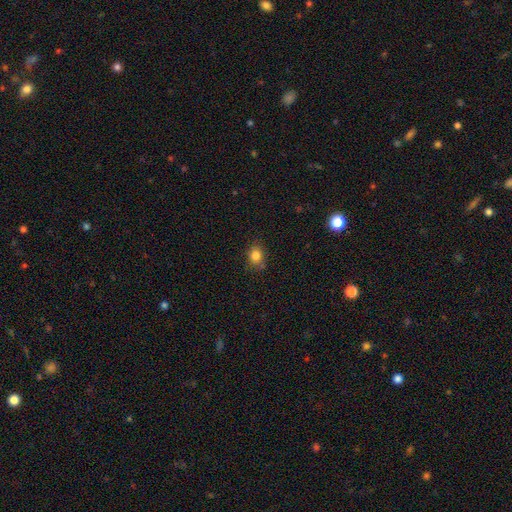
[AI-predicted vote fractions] Smooth or featured? Predicted: smooth (p=0.82). How rounded? Predicted: round (p=0.54). Merging? Predicted: none (p=0.77).